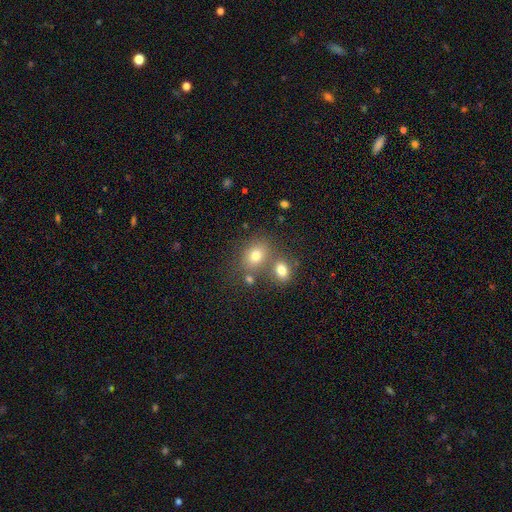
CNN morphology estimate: smooth_or_featured: smooth (p=0.75) [alt: star or artifact p=0.14]
how_rounded: in between (p=0.50) [alt: round p=0.49]
merging: none (p=0.56) [alt: merger p=0.29]